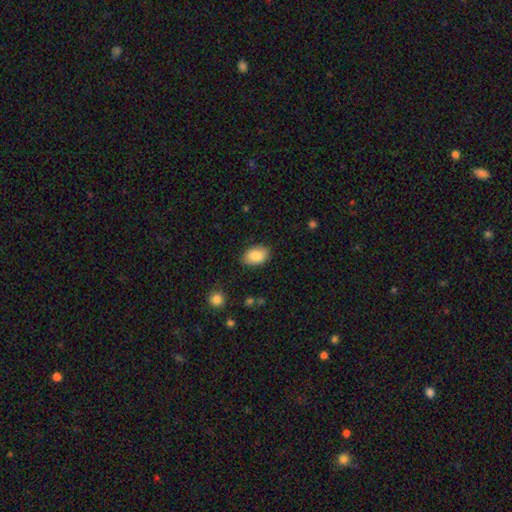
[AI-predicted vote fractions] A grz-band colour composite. It shows a smooth galaxy with no disk features (86%) that is in between round and cigar-shaped (88%). Merging: none (84%).